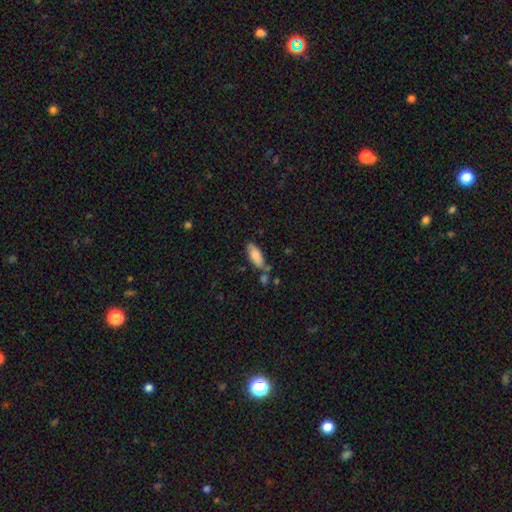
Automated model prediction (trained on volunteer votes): smooth 85%, featured or disk 9%, star or artifact 6%. Down the decision tree: how rounded — in between (74%); merging — none (67%).